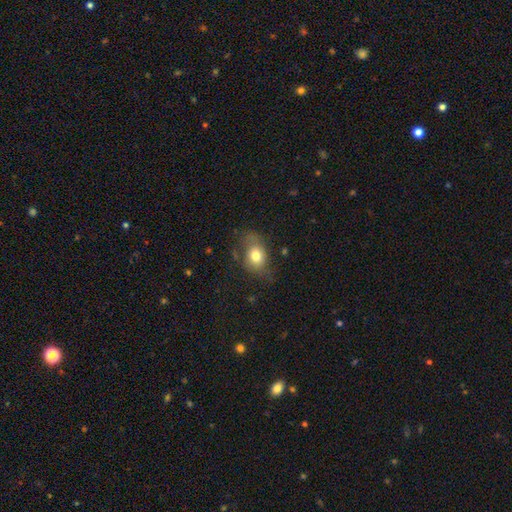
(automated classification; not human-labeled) Morphology: type=smooth (74%); roundness=in between (67%); merging=none (55%).